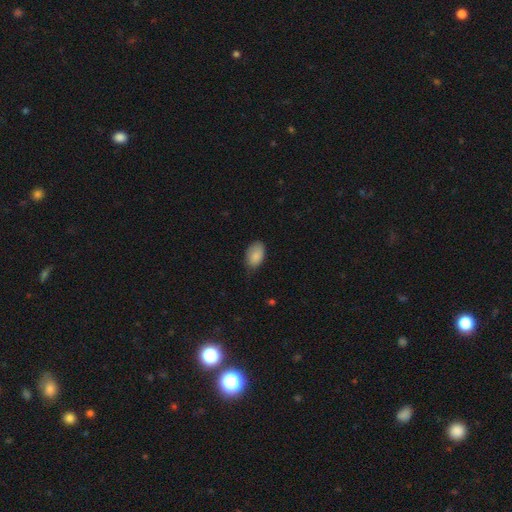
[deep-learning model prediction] Smooth or featured? smooth (87%)
How rounded? in between (91%)
Merging? none (63%)